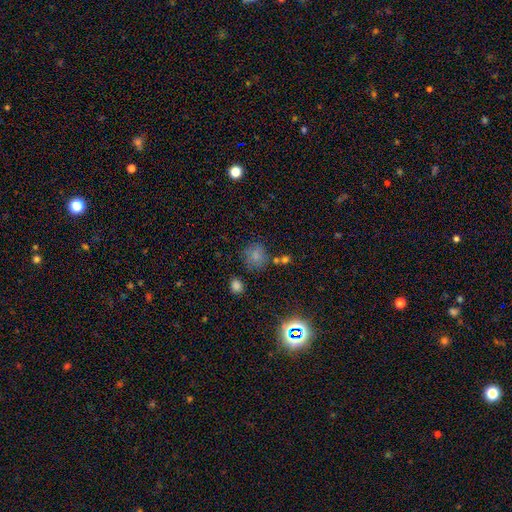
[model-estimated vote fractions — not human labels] Smooth or featured: smooth — 73% (star or artifact — 17%)
How rounded: round — 84% (in between — 15%)
Merging: none — 71% (minor disturbance — 15%)